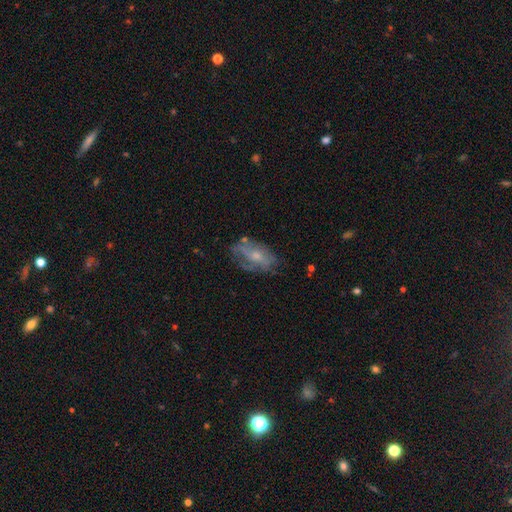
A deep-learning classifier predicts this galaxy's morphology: Smooth or featured? featured or disk (56%)
Edge-on disk? no (92%)
Bar? no (70%)
Spiral arms? no (51%)
Bulge size? small (54%)
Merging? none (51%)